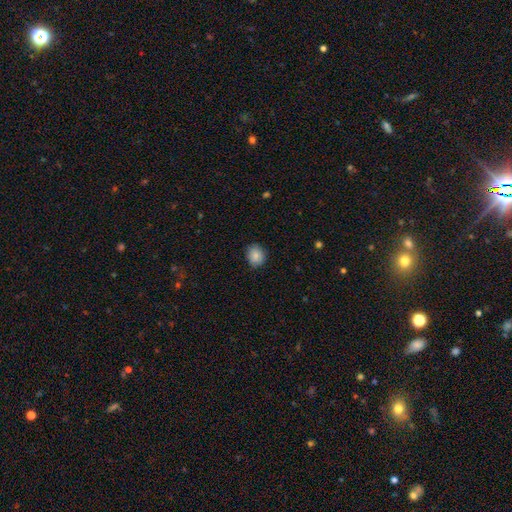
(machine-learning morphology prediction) The model was most divided on "how rounded": round: 69%, in between: 30%, cigar-shaped: 1%. More confident: smooth or featured — smooth (87%); merging — none (85%).